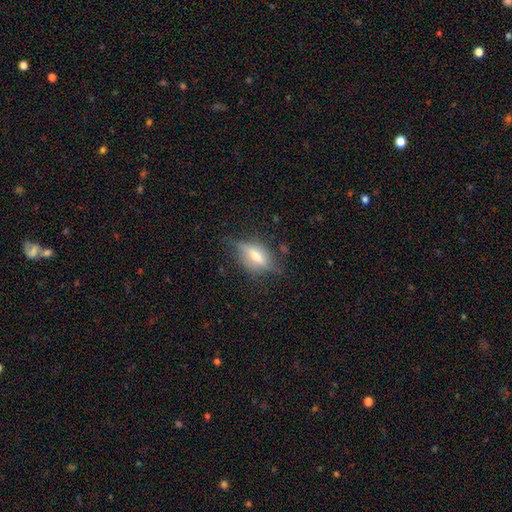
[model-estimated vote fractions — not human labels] This is possibly a featured or disk galaxy (55%). It is clearly viewed edge-on (83%). Merging: likely none (67%).